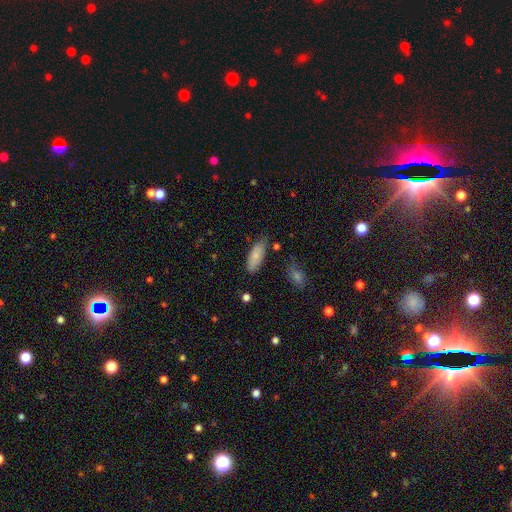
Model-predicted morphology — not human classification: This appears to be a smooth galaxy with no disk features (80%) that is in between round and cigar-shaped (76%). Merging: none (73%).